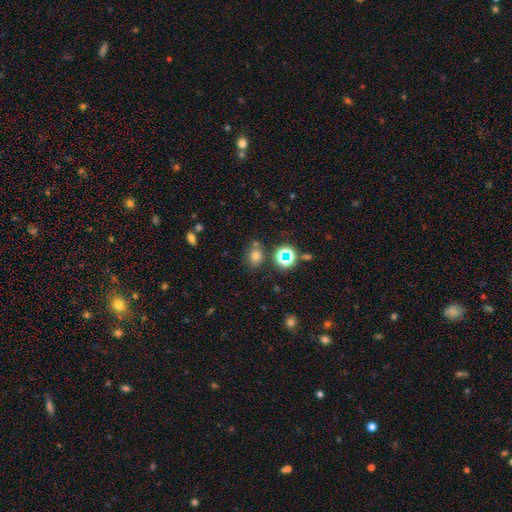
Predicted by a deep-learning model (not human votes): Smooth or featured: smooth — 67% (star or artifact — 24%)
How rounded: round — 56% (in between — 43%)
Merging: none — 72% (minor disturbance — 13%)